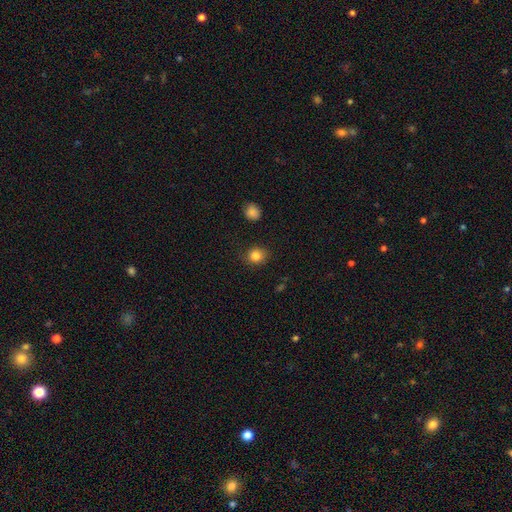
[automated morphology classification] Q: Smooth or featured?
A: smooth (84%); runner-up: star or artifact (11%)
Q: How rounded?
A: round (77%); runner-up: in between (22%)
Q: Merging?
A: none (85%); runner-up: minor disturbance (11%)